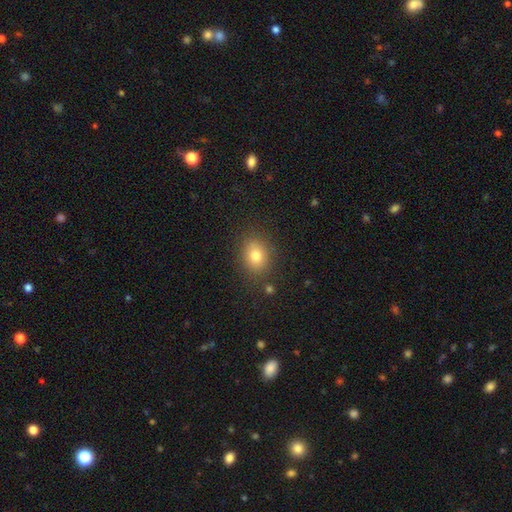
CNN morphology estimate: smooth-or-featured: smooth: 79% | star or artifact: 12% | featured or disk: 9%
  how-rounded: round: 50% | in between: 49% | cigar-shaped: 1%
  merging: none: 83% | minor disturbance: 11% | major disturbance: 3% | merger: 3%